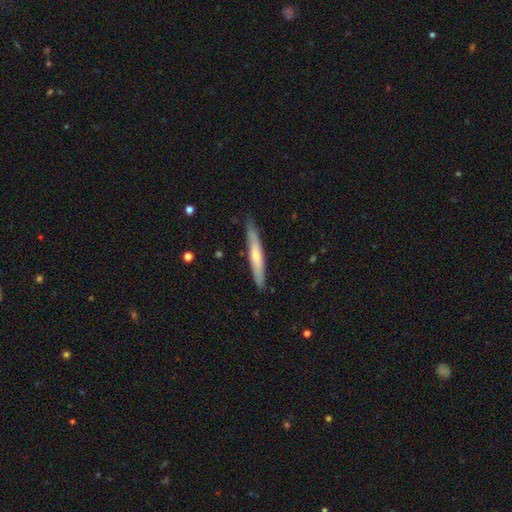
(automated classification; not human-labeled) Smooth or featured? Predicted: smooth (p=0.53). How rounded? Predicted: cigar-shaped (p=0.94). Merging? Predicted: none (p=0.81).